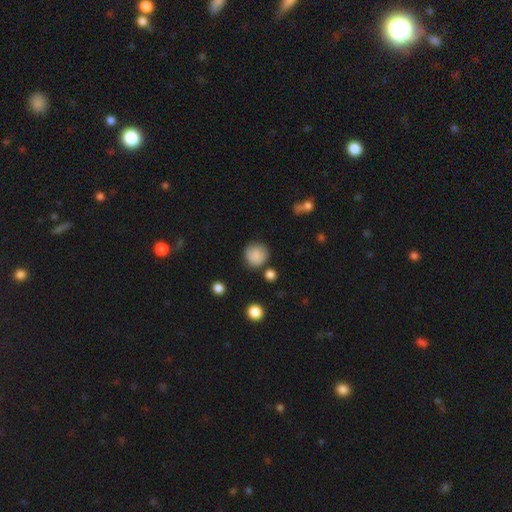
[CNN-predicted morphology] This is clearly a smooth galaxy (86%). How rounded: clearly round (91%). Merging: likely none (78%).